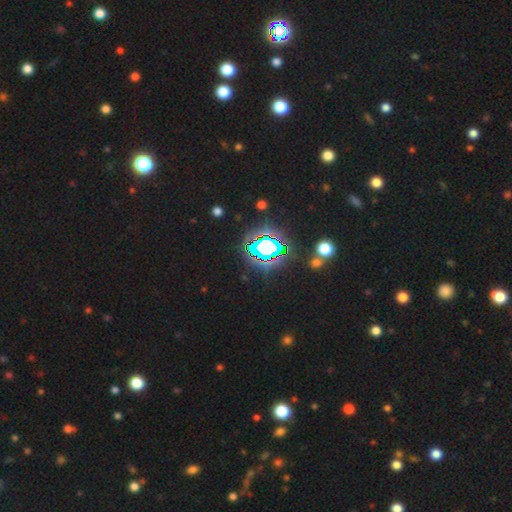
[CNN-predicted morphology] This appears to be a star or artifact, not a galaxy (82%).